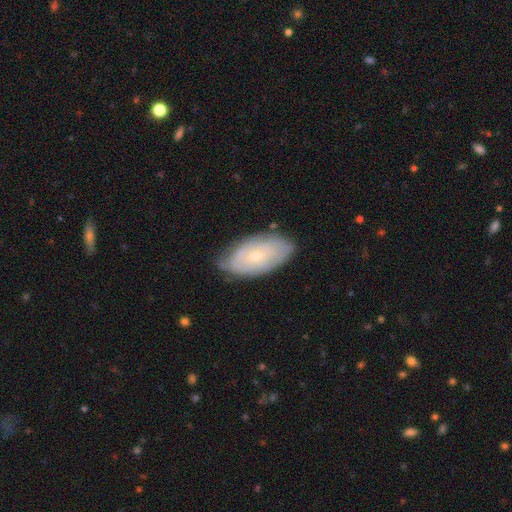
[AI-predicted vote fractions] A featured or disk galaxy (54%). Merging: none (74%).